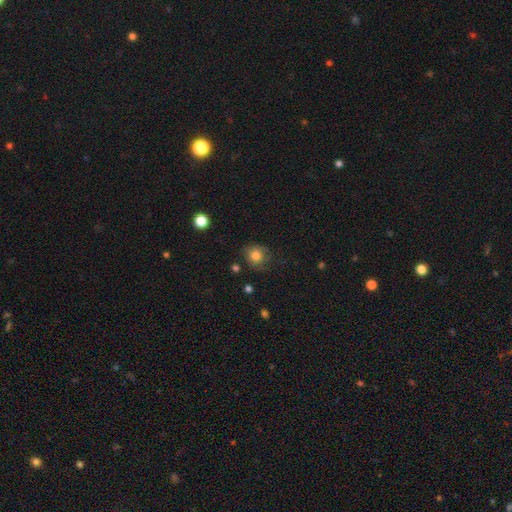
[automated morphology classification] smooth_or_featured: smooth (p=0.78) [alt: featured or disk p=0.12]
how_rounded: round (p=0.82) [alt: in between p=0.17]
merging: none (p=0.65) [alt: minor disturbance p=0.23]